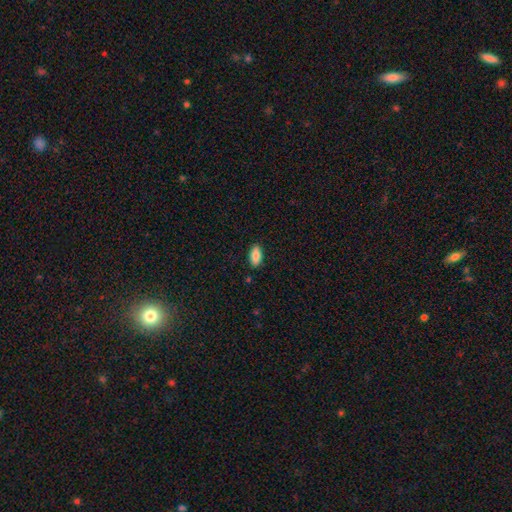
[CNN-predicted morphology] smooth 84%, featured or disk 9%, star or artifact 7%. Down the decision tree: how rounded — in between (90%); merging — none (88%).